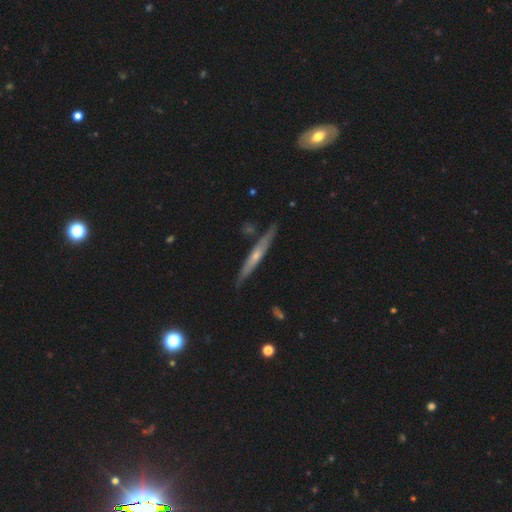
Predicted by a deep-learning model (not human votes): featured or disk 64%, smooth 30%, star or artifact 6%. Down the decision tree: edge-on disk — yes (93%); edge-on bulge — rounded (57%); merging — none (83%).